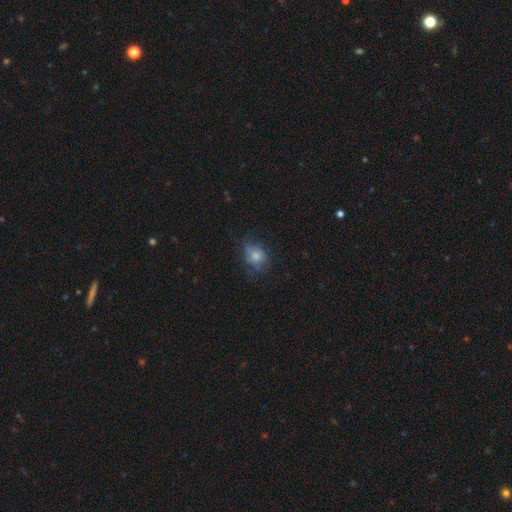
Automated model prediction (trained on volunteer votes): smooth-or-featured: smooth: 68% | featured or disk: 21% | star or artifact: 11%
  how-rounded: round: 53% | in between: 46% | cigar-shaped: 1%
  merging: none: 53% | minor disturbance: 28% | major disturbance: 17% | merger: 2%